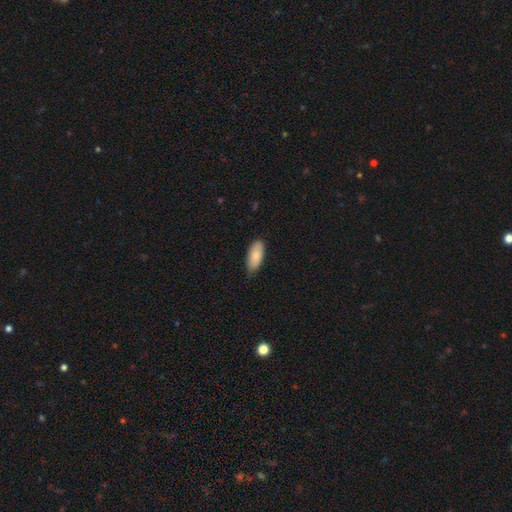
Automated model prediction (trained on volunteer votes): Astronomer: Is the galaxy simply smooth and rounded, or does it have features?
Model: smooth — 84%.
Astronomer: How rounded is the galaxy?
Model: in between — 88%.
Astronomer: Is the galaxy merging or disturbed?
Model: none — 68%.